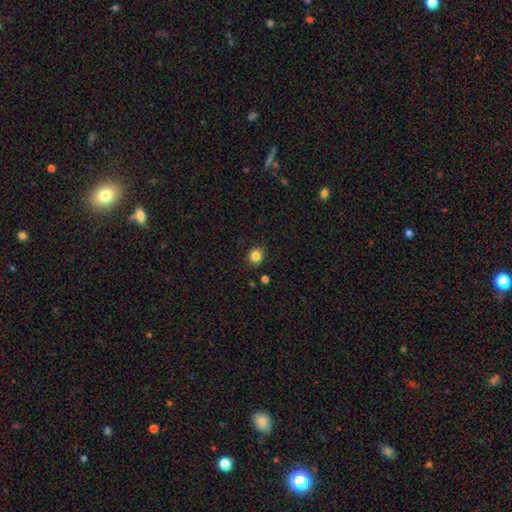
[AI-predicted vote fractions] smooth 84%, star or artifact 11%, featured or disk 4%. Down the decision tree: how rounded — round (82%); merging — none (87%).